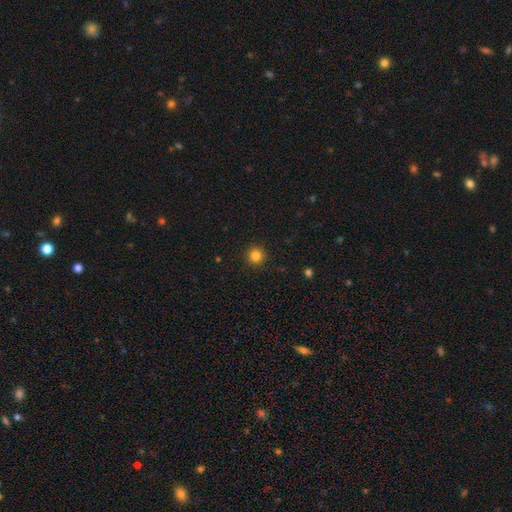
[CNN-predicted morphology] Overall: smooth (84%). How rounded: round (96%). Merging: none (92%).